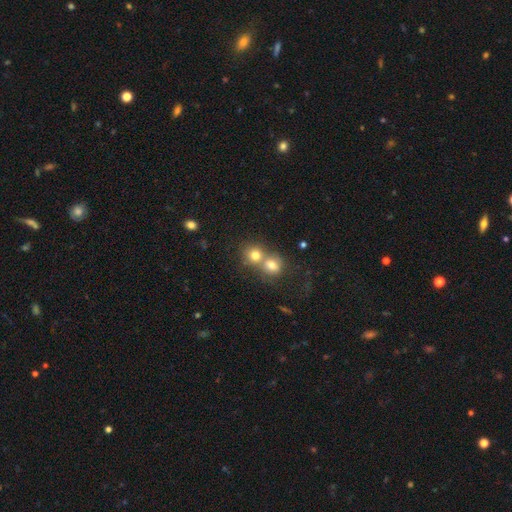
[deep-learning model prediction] The model was most divided on "merging": merger: 58%, none: 34%, minor disturbance: 5%, major disturbance: 3%. More confident: how rounded — round (82%); smooth or featured — smooth (74%).